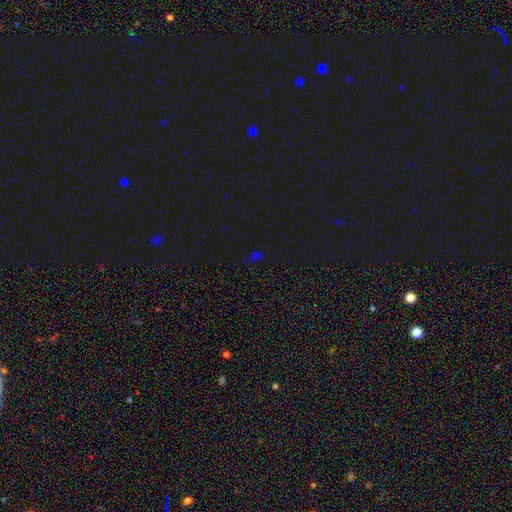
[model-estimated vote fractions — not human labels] A star or artifact, not a galaxy (61%).